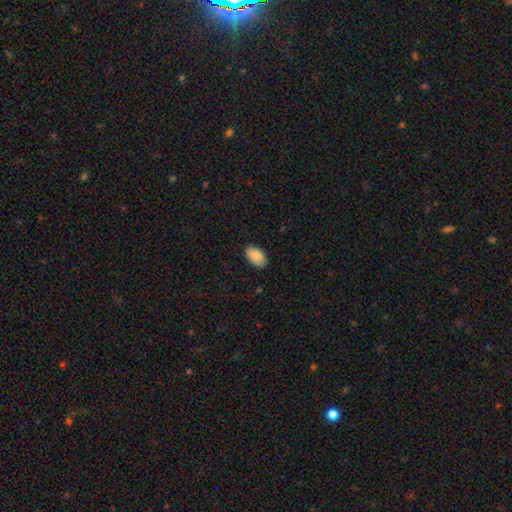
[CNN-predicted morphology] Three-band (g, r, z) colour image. It shows a smooth galaxy with no disk features (89%) that is in between round and cigar-shaped (94%). Merging: none (86%).